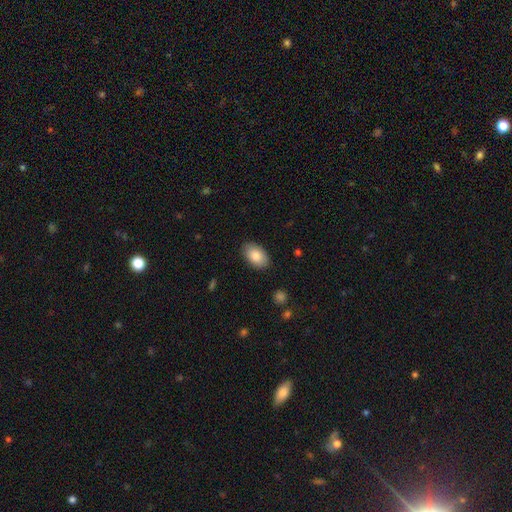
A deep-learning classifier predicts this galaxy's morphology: A smooth galaxy with no disk features (84%) that is in between round and cigar-shaped (93%). Merging: none (86%).